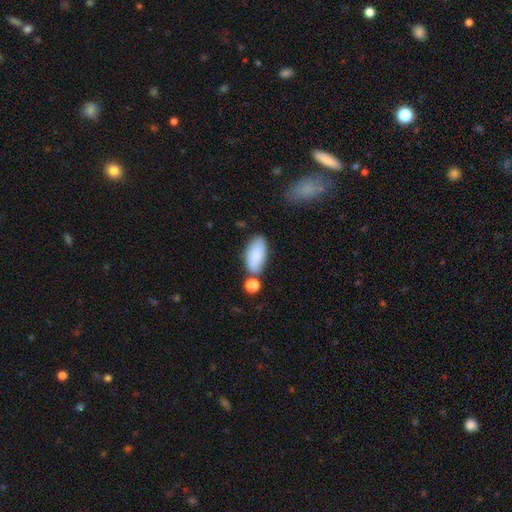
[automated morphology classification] smooth 85%, featured or disk 8%, star or artifact 7%. Down the decision tree: how rounded — in between (89%); merging — none (61%).